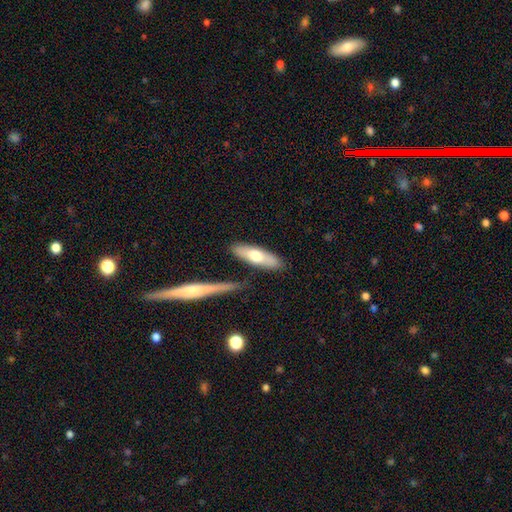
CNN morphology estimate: Smooth or featured? Predicted: smooth (p=0.63). How rounded? Predicted: cigar-shaped (p=0.55). Merging? Predicted: none (p=0.79).